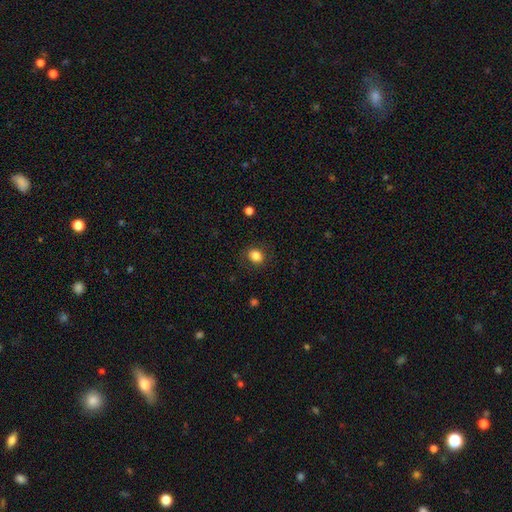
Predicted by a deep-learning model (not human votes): This appears to be a smooth galaxy with no disk features (84%) that is round (62%). Merging: none (85%).